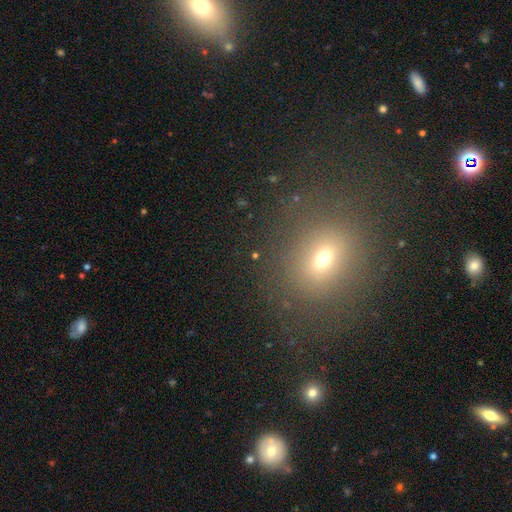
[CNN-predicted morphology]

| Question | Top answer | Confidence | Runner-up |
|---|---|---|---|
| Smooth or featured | smooth | 49% | star or artifact (35%) |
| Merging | none | 78% | minor disturbance (10%) |